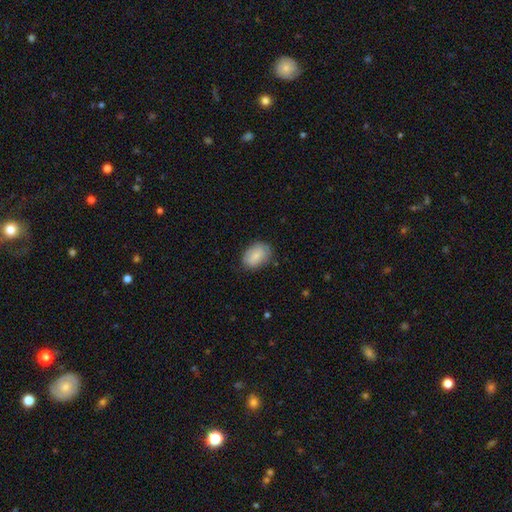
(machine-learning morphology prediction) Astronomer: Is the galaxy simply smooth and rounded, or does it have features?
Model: smooth — 83%.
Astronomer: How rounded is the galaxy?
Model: in between — 86%.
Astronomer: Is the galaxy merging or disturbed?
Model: none — 79%.